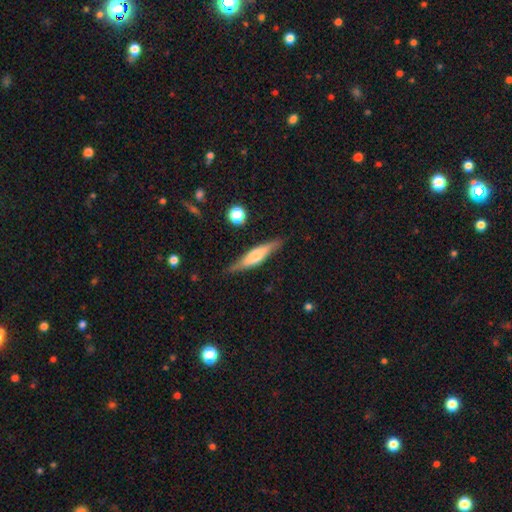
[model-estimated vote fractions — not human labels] Morphology: type=featured or disk (48%); merging=none (82%).